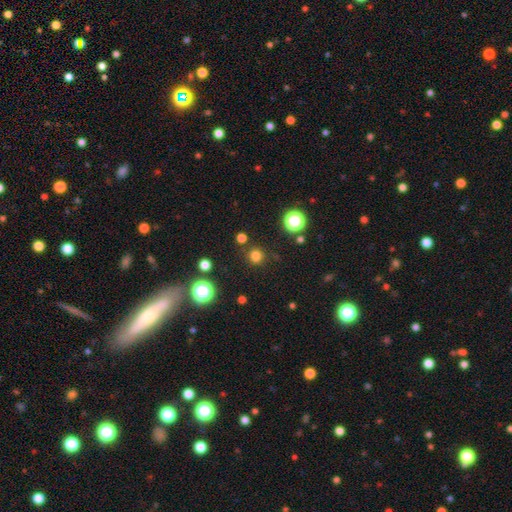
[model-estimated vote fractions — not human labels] Morphology: type=smooth (76%); roundness=round (92%); merging=none (85%).